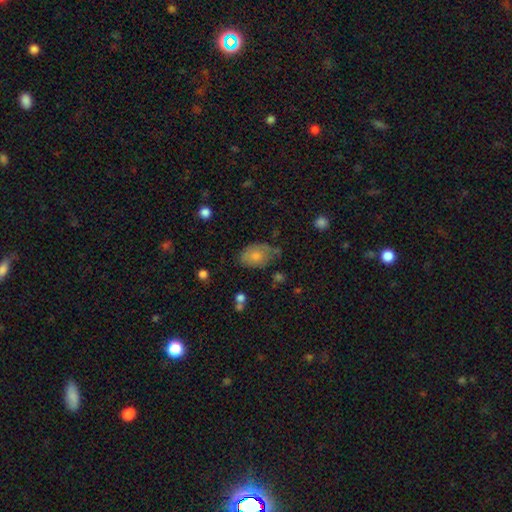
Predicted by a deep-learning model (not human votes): The model was most divided on "merging": none: 55%, minor disturbance: 31%, major disturbance: 10%, merger: 4%. More confident: how rounded — in between (80%); smooth or featured — smooth (74%).